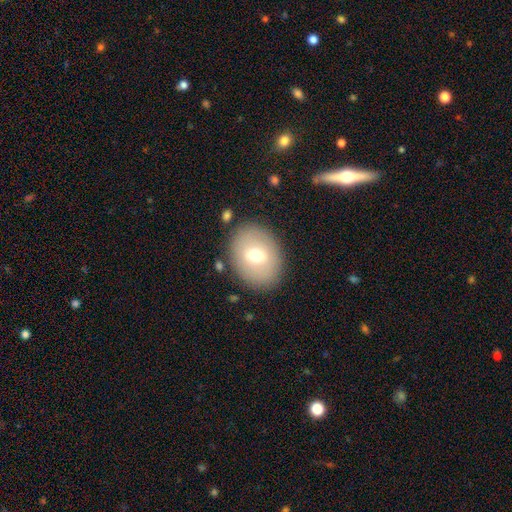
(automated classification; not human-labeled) Smooth or featured?
  - smooth: 67% *
  - featured or disk: 25%
  - star or artifact: 8%
How rounded?
  - in between: 58% *
  - round: 41%
  - cigar-shaped: 1%
Merging?
  - none: 85% *
  - minor disturbance: 10%
  - major disturbance: 4%
  - merger: 2%